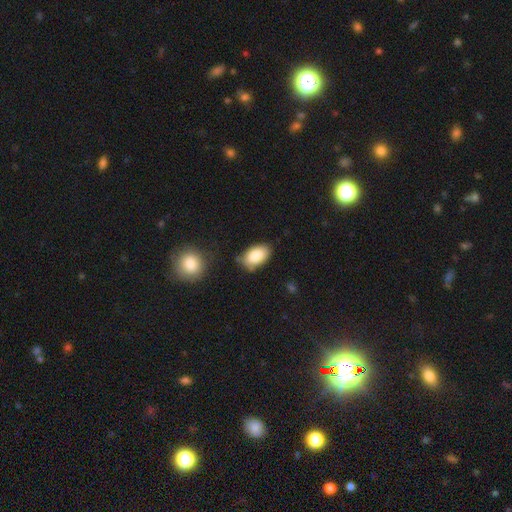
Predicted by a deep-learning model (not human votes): A smooth galaxy with no disk features (85%) that is in between round and cigar-shaped (93%). Merging: none (74%).